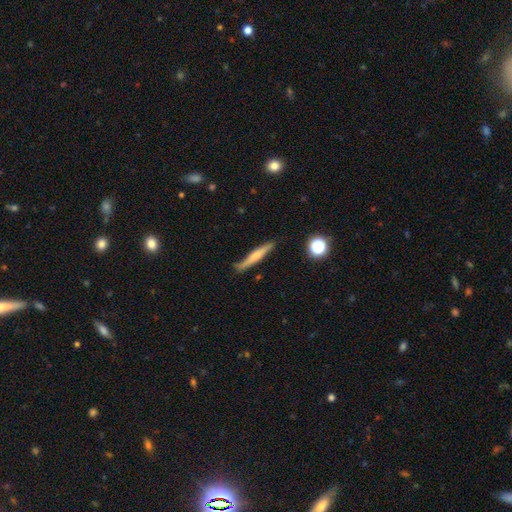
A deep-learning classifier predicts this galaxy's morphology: type=smooth (47%); merging=none (76%).